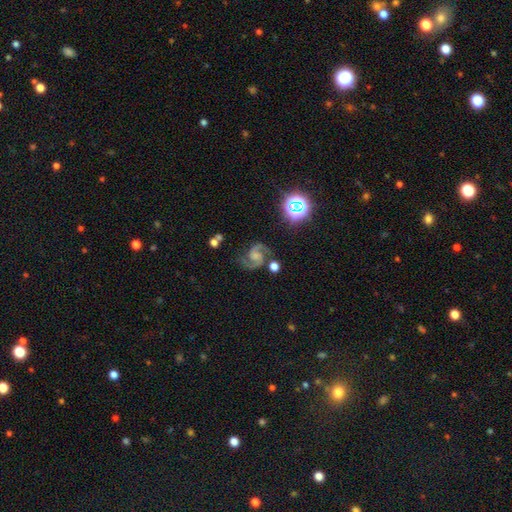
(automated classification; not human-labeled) This is clearly a featured or disk galaxy (88%). It is clearly not viewed edge-on (98%). Bar: possibly no (55%). Spiral arm pattern: clearly yes (98%). Spiral arm count: clearly 2 (94%). Spiral winding: likely medium (62%). Central bulge: marginally none (37%). Merging: likely none (74%).